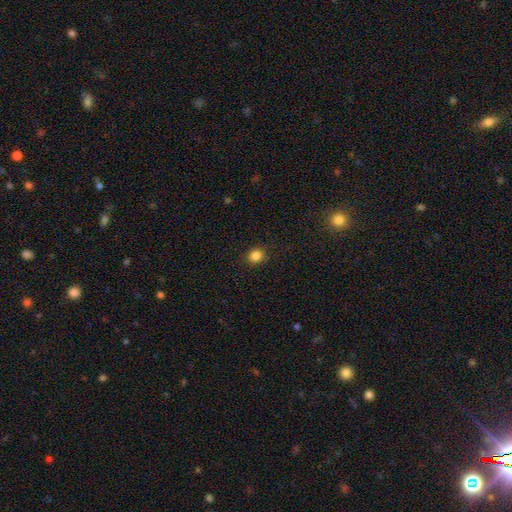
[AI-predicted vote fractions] The model was most divided on "how rounded": round: 83%, in between: 16%, cigar-shaped: 1%. More confident: merging — none (88%); smooth or featured — smooth (84%).